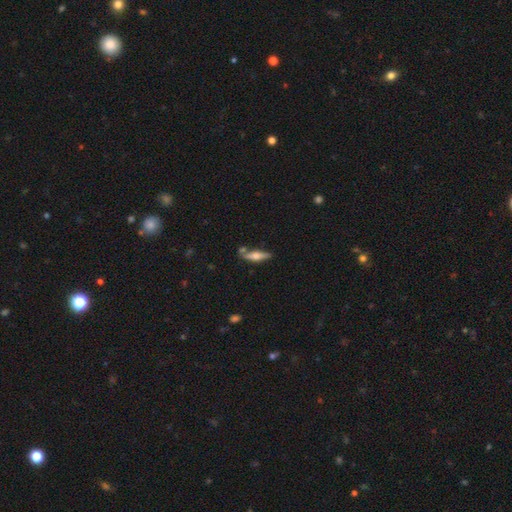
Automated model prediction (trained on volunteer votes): smooth_or_featured: smooth (p=0.48) [alt: featured or disk p=0.45]
merging: none (p=0.66) [alt: minor disturbance p=0.17]